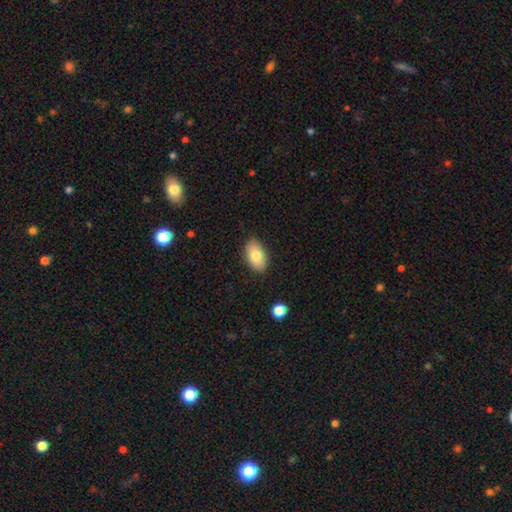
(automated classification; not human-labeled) This appears to be a smooth galaxy with no disk features (82%) that is in between round and cigar-shaped (93%). Merging: none (87%).